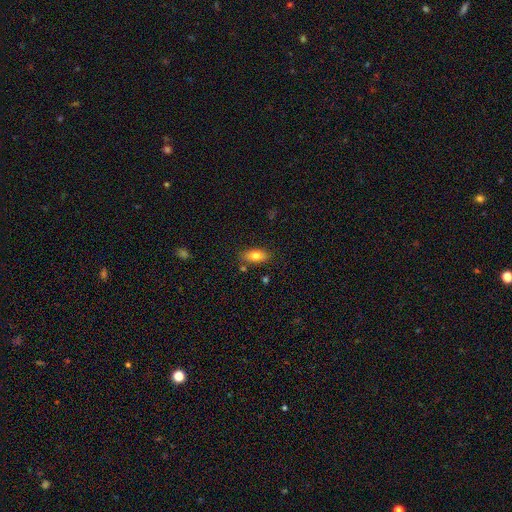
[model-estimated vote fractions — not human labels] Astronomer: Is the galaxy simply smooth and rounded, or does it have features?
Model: smooth — 78%.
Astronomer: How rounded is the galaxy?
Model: in between — 88%.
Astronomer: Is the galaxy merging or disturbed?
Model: none — 81%.